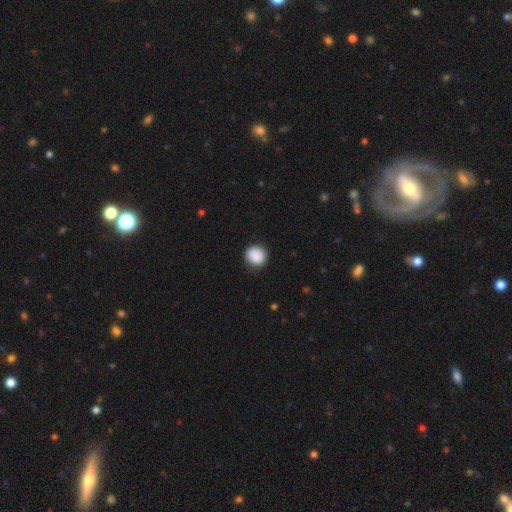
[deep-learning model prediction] Smooth or featured? smooth (89%)
How rounded? round (89%)
Merging? none (89%)